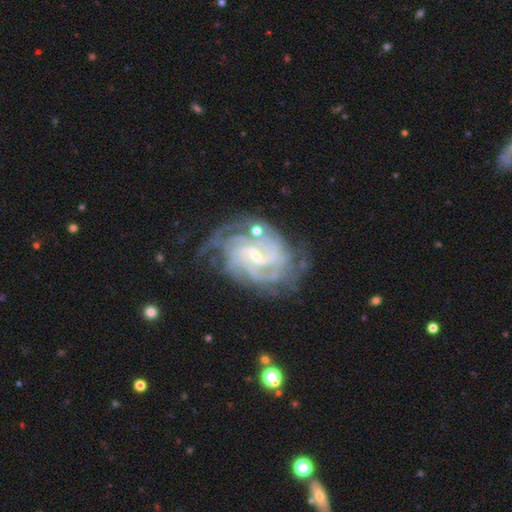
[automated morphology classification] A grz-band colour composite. It shows a featured or disk galaxy (90%) with a weak bar (57%), tight (63%) spiral arms (97%) and a small central bulge (62%). Merging: none (62%).